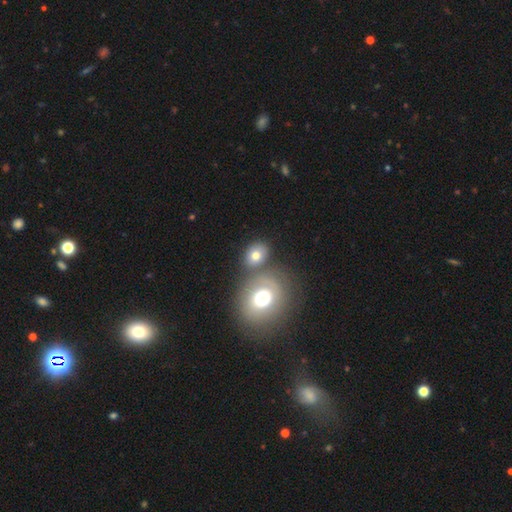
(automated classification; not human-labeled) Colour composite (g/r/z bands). It shows a smooth galaxy with no disk features (71%) that is round (54%). Merging: none (60%).